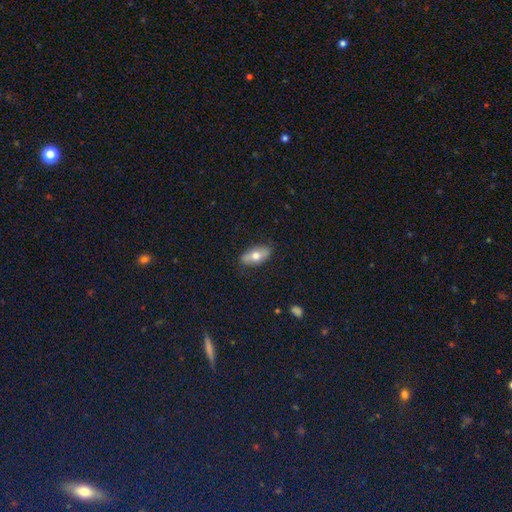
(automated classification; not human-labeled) Smooth or featured?
  - smooth: 63% *
  - featured or disk: 31%
  - star or artifact: 7%
How rounded?
  - in between: 86% *
  - cigar-shaped: 10%
  - round: 5%
Merging?
  - none: 85% *
  - minor disturbance: 12%
  - major disturbance: 2%
  - merger: 1%